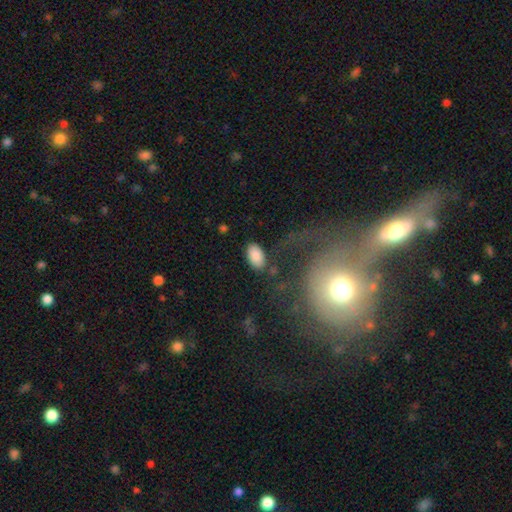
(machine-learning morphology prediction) This is clearly a smooth galaxy (87%). How rounded: clearly in between (94%). Merging: likely none (78%).